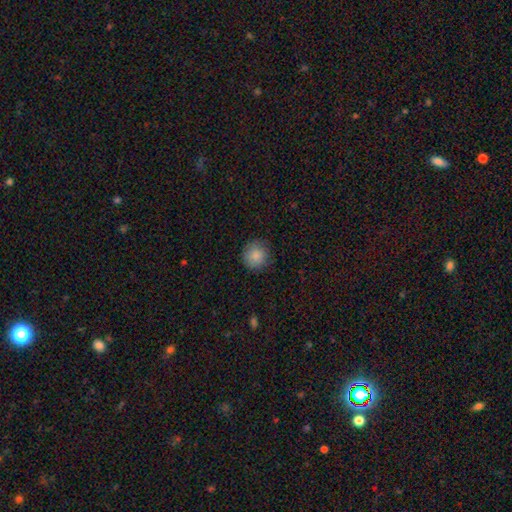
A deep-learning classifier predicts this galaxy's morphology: This is clearly a smooth galaxy (86%). How rounded: clearly round (93%). Merging: clearly none (84%).